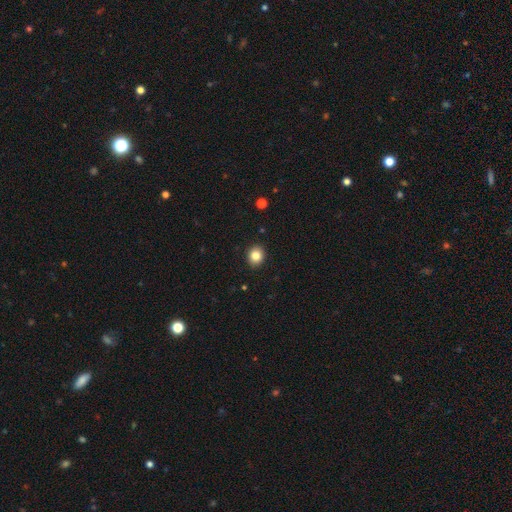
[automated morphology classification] Smooth or featured? Predicted: smooth (p=0.83). How rounded? Predicted: round (p=0.69). Merging? Predicted: none (p=0.92).